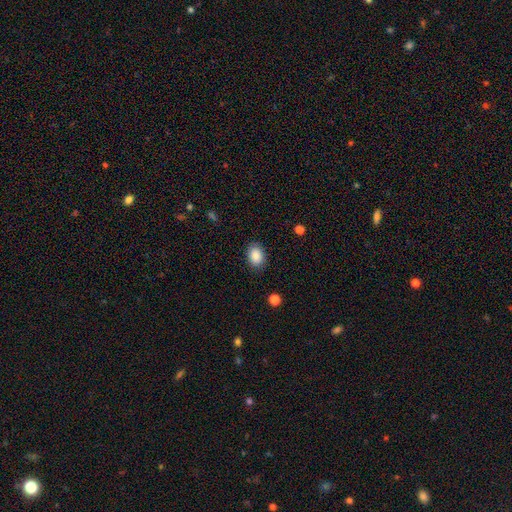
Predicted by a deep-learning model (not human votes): Morphology: type=smooth (88%); roundness=in between (75%); merging=none (85%).